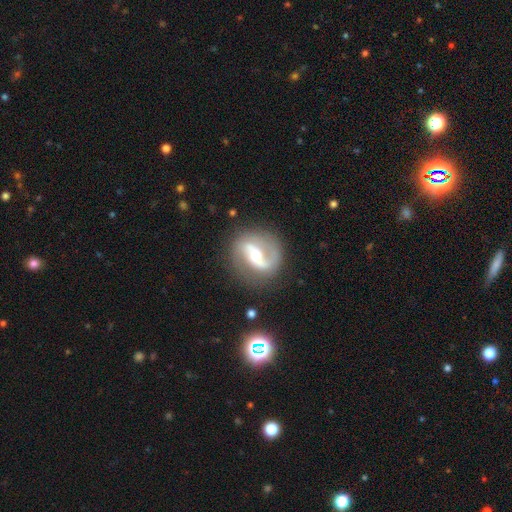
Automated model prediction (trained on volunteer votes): featured or disk 84%, smooth 10%, star or artifact 6%. Down the decision tree: edge-on disk — no (97%); bar — weak (39%); spiral arms — yes (93%); spiral arm count — 2 (82%); spiral winding — medium (45%); bulge size — moderate (60%); merging — none (77%).